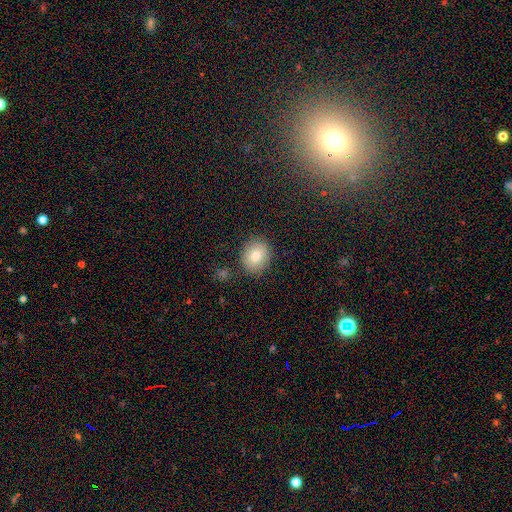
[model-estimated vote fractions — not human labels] This is clearly a smooth galaxy (81%). How rounded: likely round (62%). Merging: clearly none (83%).